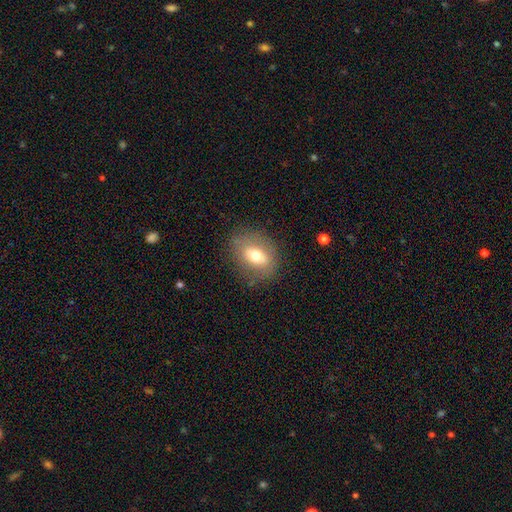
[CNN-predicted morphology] A smooth galaxy with no disk features (66%) that is in between round and cigar-shaped (70%). Merging: none (79%).